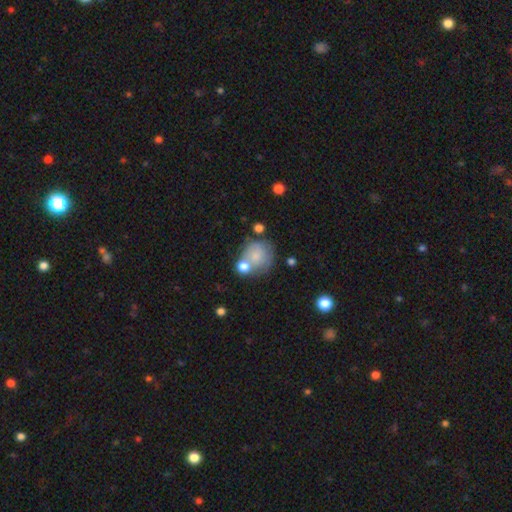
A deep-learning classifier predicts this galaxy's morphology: Smooth or featured? Predicted: smooth (p=0.70). How rounded? Predicted: round (p=0.82). Merging? Predicted: none (p=0.45).